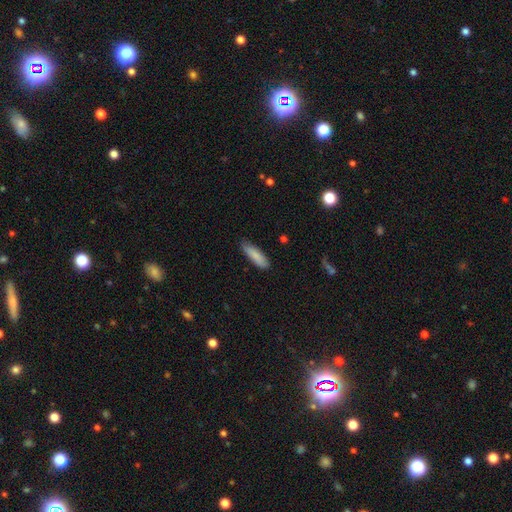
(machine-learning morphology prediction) smooth_or_featured: smooth (p=0.85) [alt: featured or disk p=0.09]
how_rounded: cigar-shaped (p=0.60) [alt: in between p=0.39]
merging: none (p=0.82) [alt: minor disturbance p=0.14]